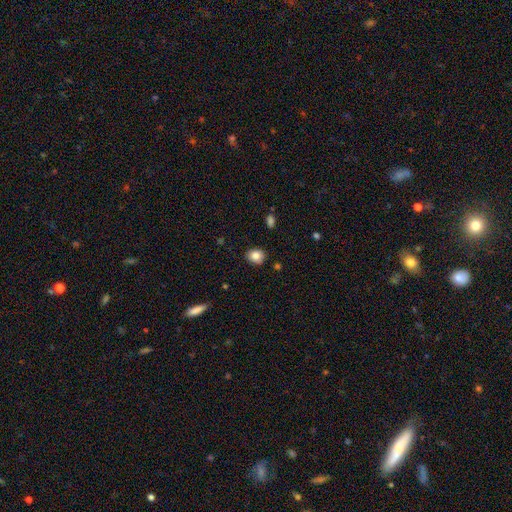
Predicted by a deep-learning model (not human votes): This is clearly a smooth galaxy (84%). How rounded: possibly round (56%). Merging: clearly none (87%).